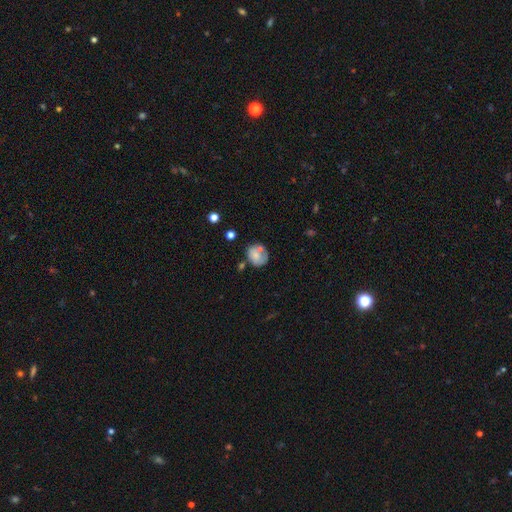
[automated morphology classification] Q: Smooth or featured?
A: smooth (68%); runner-up: featured or disk (23%)
Q: How rounded?
A: round (65%); runner-up: in between (34%)
Q: Merging?
A: none (51%); runner-up: minor disturbance (23%)